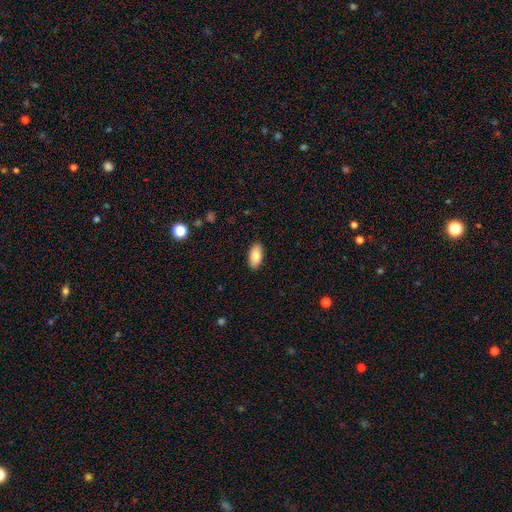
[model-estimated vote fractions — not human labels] smooth 83%, featured or disk 11%, star or artifact 6%. Down the decision tree: how rounded — in between (92%); merging — none (90%).